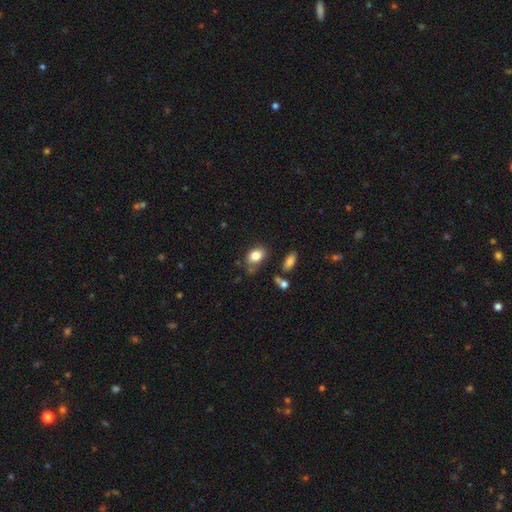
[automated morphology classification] Smooth or featured?
  - smooth: 82% *
  - featured or disk: 9%
  - star or artifact: 9%
How rounded?
  - in between: 78% *
  - round: 20%
  - cigar-shaped: 1%
Merging?
  - none: 64% *
  - minor disturbance: 22%
  - merger: 8%
  - major disturbance: 7%